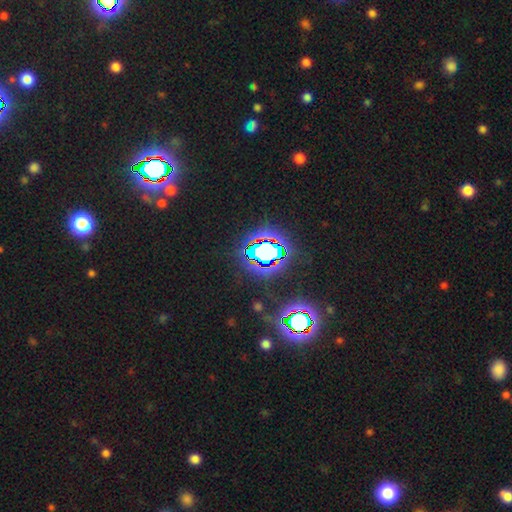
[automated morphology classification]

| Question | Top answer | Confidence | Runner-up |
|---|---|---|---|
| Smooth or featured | star or artifact | 83% | smooth (10%) |